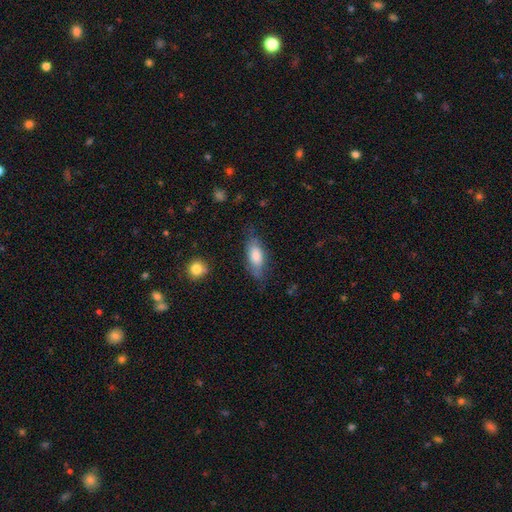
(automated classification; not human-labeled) Q: Smooth or featured?
A: smooth (72%); runner-up: featured or disk (21%)
Q: How rounded?
A: in between (77%); runner-up: cigar-shaped (20%)
Q: Merging?
A: none (68%); runner-up: minor disturbance (23%)